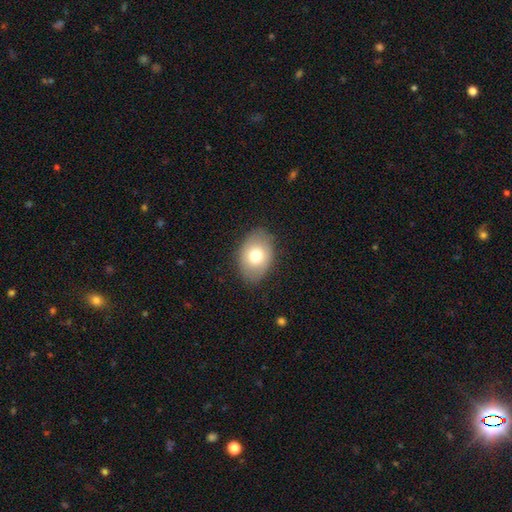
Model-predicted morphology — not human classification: Smooth or featured?
  - smooth: 75% *
  - featured or disk: 18%
  - star or artifact: 8%
How rounded?
  - in between: 81% *
  - round: 18%
  - cigar-shaped: 1%
Merging?
  - none: 83% *
  - minor disturbance: 12%
  - major disturbance: 3%
  - merger: 1%